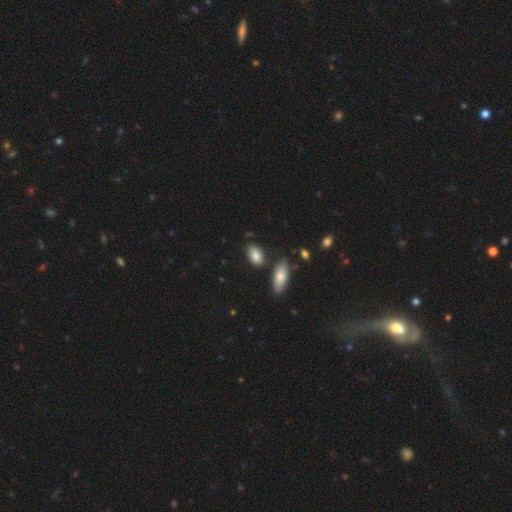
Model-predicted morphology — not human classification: Smooth or featured? Predicted: smooth (p=0.82). How rounded? Predicted: in between (p=0.89). Merging? Predicted: none (p=0.74).